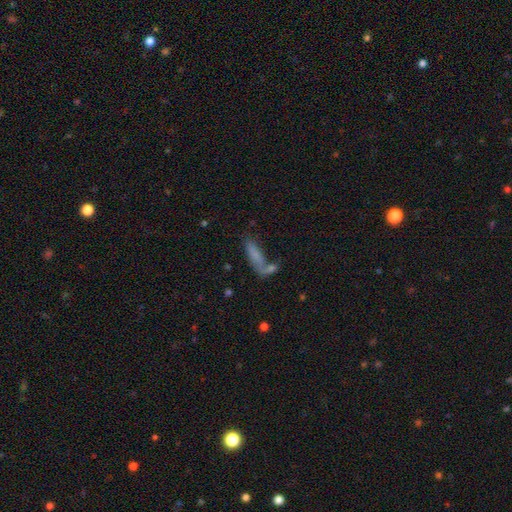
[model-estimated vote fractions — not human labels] Q: Smooth or featured?
A: smooth (70%); runner-up: featured or disk (18%)
Q: How rounded?
A: cigar-shaped (55%); runner-up: in between (42%)
Q: Merging?
A: none (42%); runner-up: merger (34%)